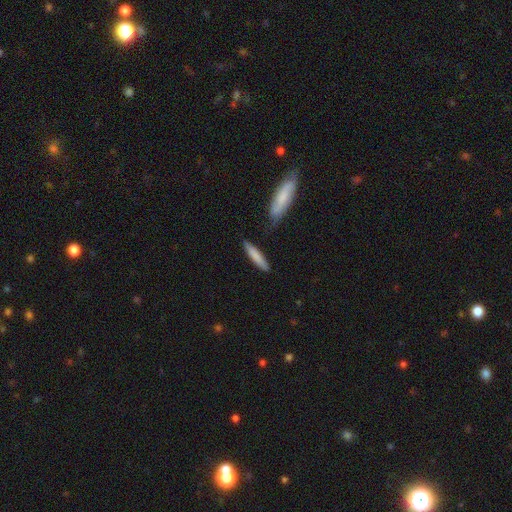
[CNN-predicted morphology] Smooth or featured? smooth (77%)
How rounded? cigar-shaped (86%)
Merging? none (79%)